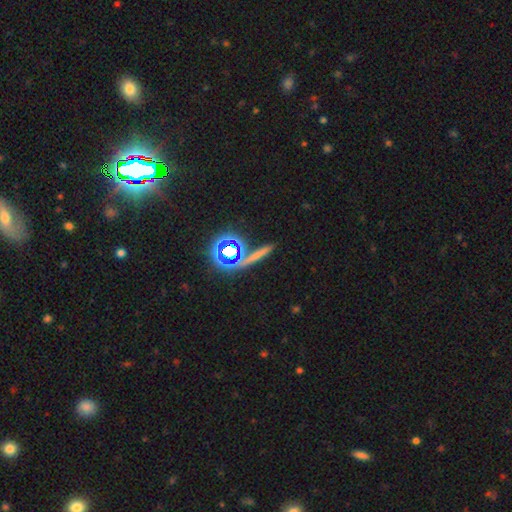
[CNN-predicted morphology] This appears to be a smooth galaxy with no disk features (44%). Merging: none (74%).